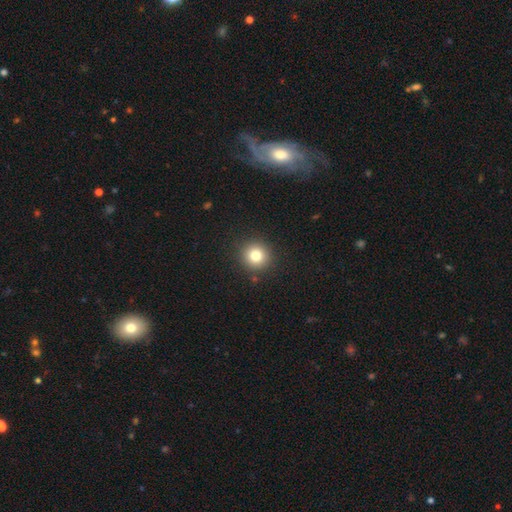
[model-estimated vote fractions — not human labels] Overall: smooth (80%). How rounded: round (93%). Merging: none (90%).